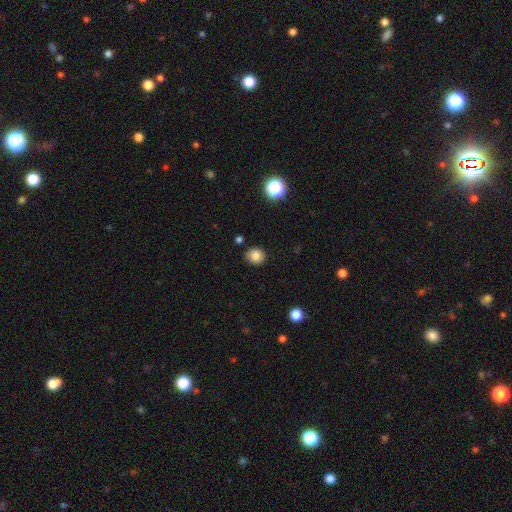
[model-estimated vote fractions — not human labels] smooth 84%, star or artifact 12%, featured or disk 5%. Down the decision tree: how rounded — round (79%); merging — none (87%).